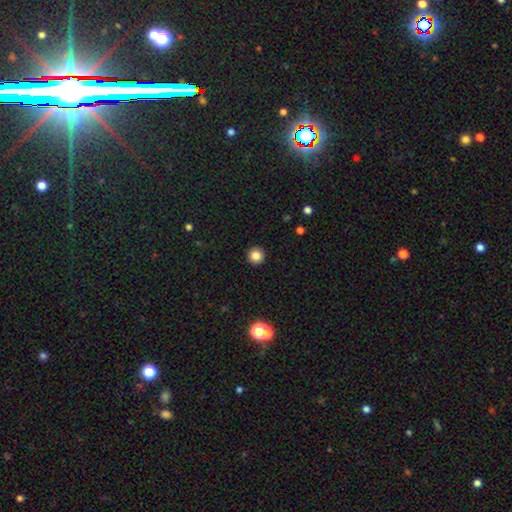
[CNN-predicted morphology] type=smooth (84%); roundness=round (96%); merging=none (93%).